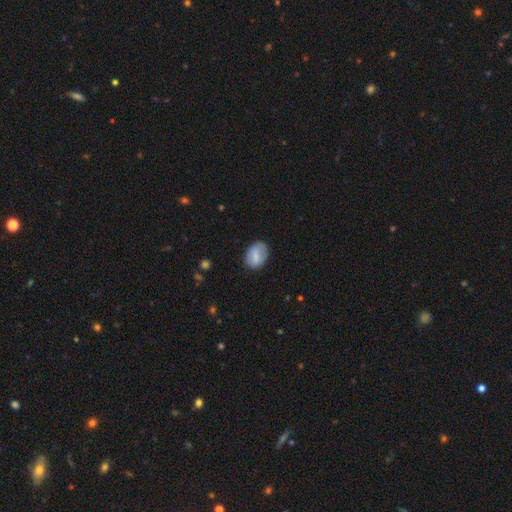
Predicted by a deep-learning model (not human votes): smooth-or-featured: smooth: 71% | featured or disk: 22% | star or artifact: 7%
  how-rounded: in between: 79% | round: 20% | cigar-shaped: 1%
  merging: none: 75% | minor disturbance: 19% | major disturbance: 5% | merger: 1%